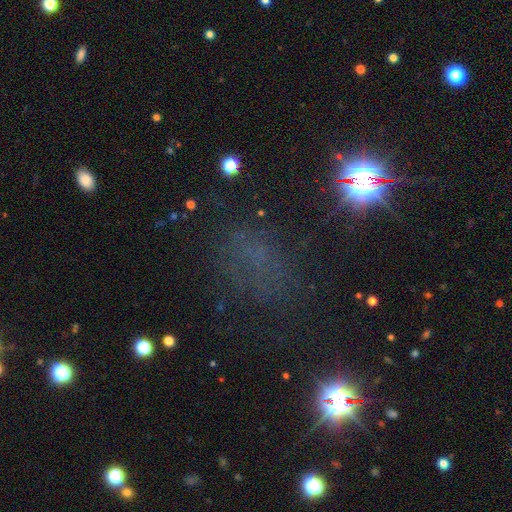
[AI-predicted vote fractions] smooth_or_featured: star or artifact (p=0.47) [alt: smooth p=0.41]